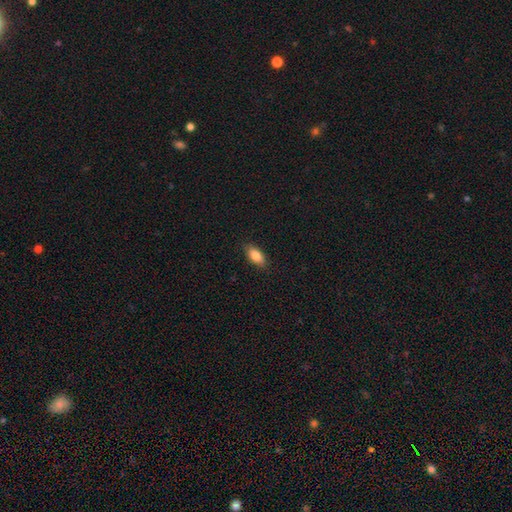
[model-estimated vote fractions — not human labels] Smooth or featured?
  - smooth: 86% *
  - star or artifact: 7%
  - featured or disk: 7%
How rounded?
  - in between: 89% *
  - cigar-shaped: 7%
  - round: 3%
Merging?
  - none: 87% *
  - minor disturbance: 10%
  - major disturbance: 2%
  - merger: 1%